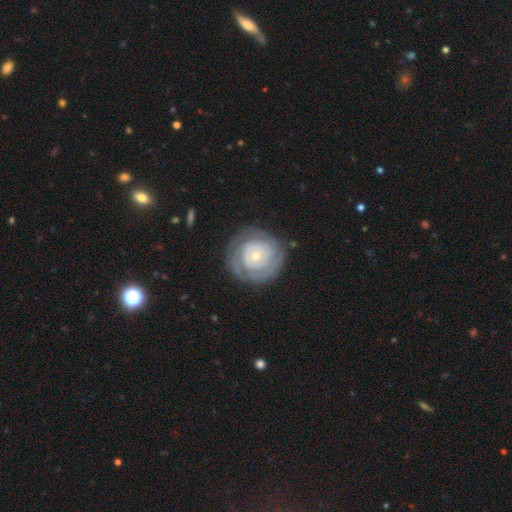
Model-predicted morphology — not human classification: smooth-or-featured: featured or disk: 66% | smooth: 28% | star or artifact: 5%
  disk-edge-on: no: 97% | yes: 3%
    bar: no: 87% | weak: 11% | strong: 3%
    has-spiral-arms: yes: 64% | no: 36%
    bulge-size: small: 66% | moderate: 29% | large: 2% | none: 1% | dominant: 1%
  merging: none: 76% | minor disturbance: 15% | major disturbance: 8% | merger: 1%